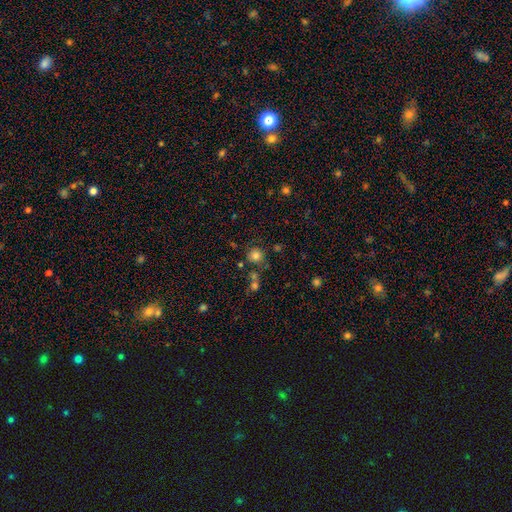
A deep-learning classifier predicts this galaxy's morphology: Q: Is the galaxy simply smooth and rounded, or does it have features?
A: smooth — 79%.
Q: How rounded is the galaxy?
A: round — 91%.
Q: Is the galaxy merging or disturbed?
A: none — 75%.